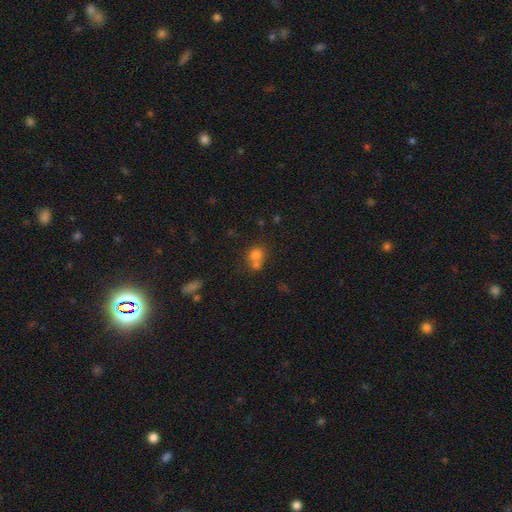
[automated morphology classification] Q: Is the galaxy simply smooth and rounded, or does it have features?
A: smooth — 74%.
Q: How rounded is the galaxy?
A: round — 72%.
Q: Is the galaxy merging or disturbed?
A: merger — 49%.